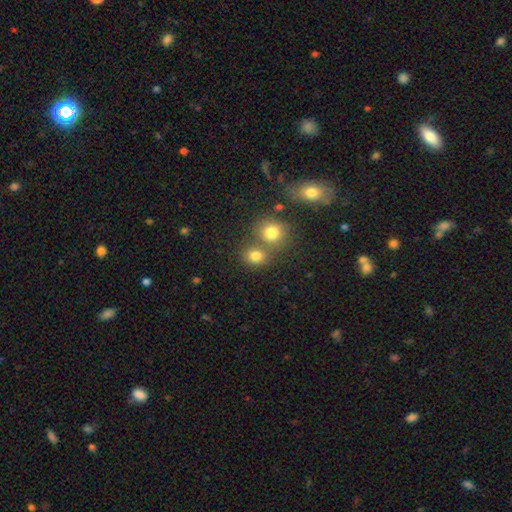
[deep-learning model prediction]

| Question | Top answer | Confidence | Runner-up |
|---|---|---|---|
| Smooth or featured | smooth | 78% | star or artifact (14%) |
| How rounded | round | 71% | in between (28%) |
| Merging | none | 53% | merger (35%) |